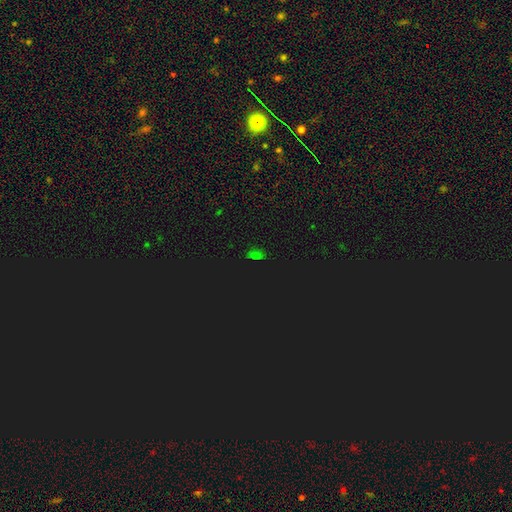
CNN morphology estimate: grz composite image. It shows a star or artifact, not a galaxy (52%).